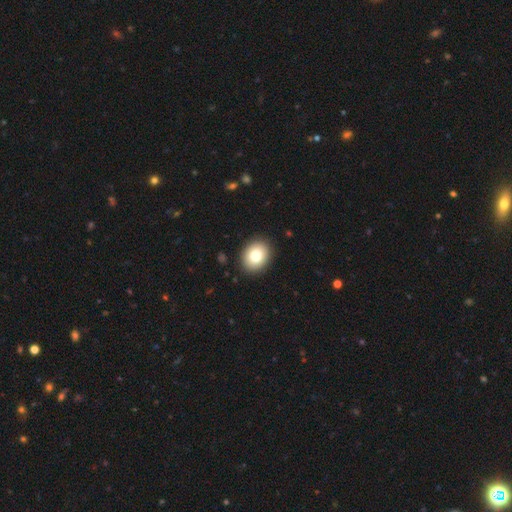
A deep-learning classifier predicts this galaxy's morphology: A smooth galaxy with no disk features (83%) that is in between round and cigar-shaped (52%). Merging: none (90%).